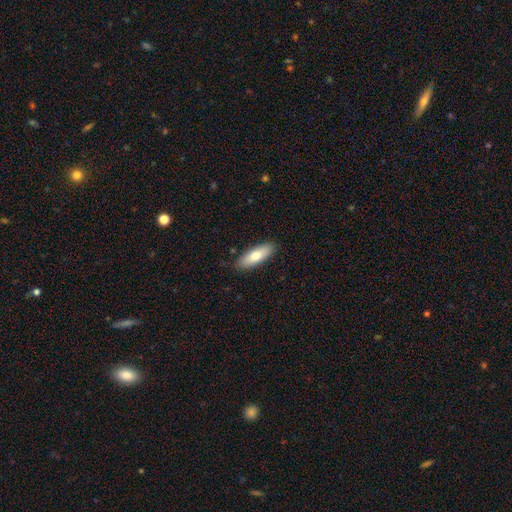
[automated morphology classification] Q: Smooth or featured?
A: smooth (75%); runner-up: featured or disk (19%)
Q: How rounded?
A: in between (61%); runner-up: cigar-shaped (37%)
Q: Merging?
A: none (88%); runner-up: minor disturbance (9%)